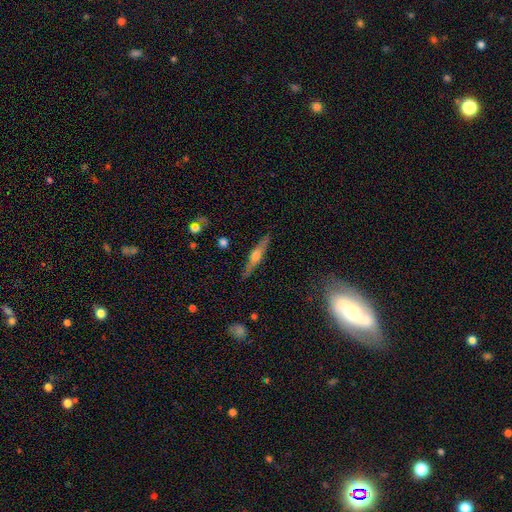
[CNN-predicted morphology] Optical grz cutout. It shows a featured or disk galaxy (61%) viewed edge-on (94%) with a rounded central bulge (85%). Merging: none (86%).